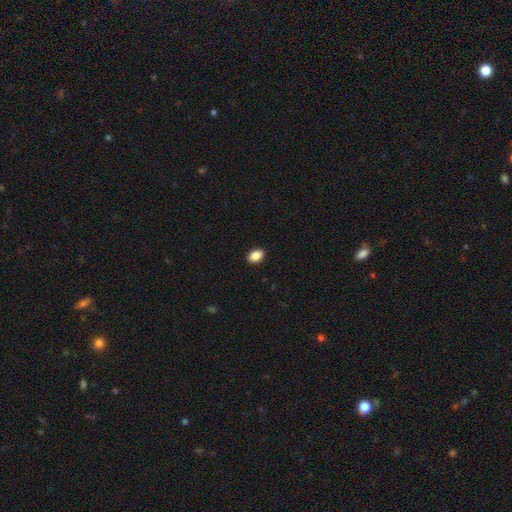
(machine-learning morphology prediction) type=smooth (88%); roundness=in between (80%); merging=none (91%).